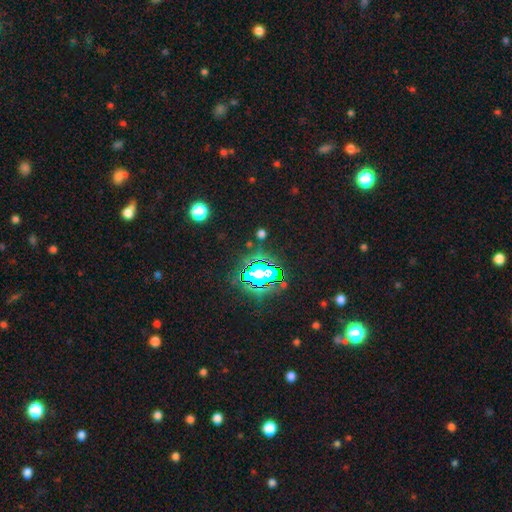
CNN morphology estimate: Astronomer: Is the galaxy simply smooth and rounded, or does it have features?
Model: star or artifact — 82%.